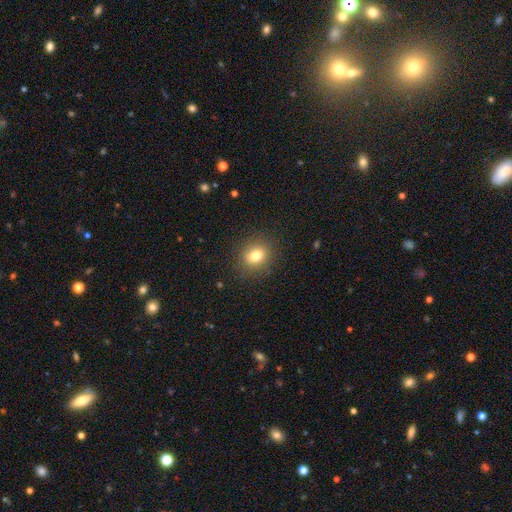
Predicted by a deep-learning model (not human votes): Smooth or featured?
  - smooth: 79% *
  - star or artifact: 12%
  - featured or disk: 9%
How rounded?
  - round: 63% *
  - in between: 36%
  - cigar-shaped: 1%
Merging?
  - none: 87% *
  - minor disturbance: 8%
  - major disturbance: 3%
  - merger: 1%